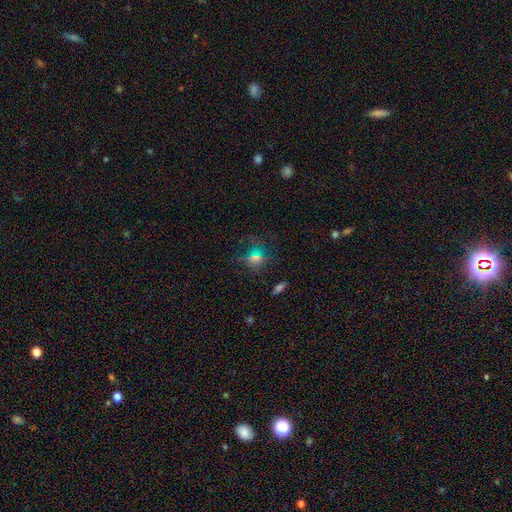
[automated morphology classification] Smooth or featured? Predicted: smooth (p=0.53). How rounded? Predicted: round (p=0.69). Merging? Predicted: none (p=0.69).